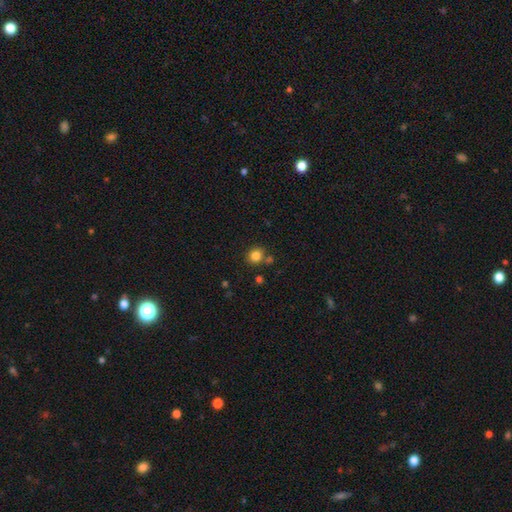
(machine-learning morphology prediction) Smooth or featured? smooth (82%)
How rounded? round (86%)
Merging? none (75%)